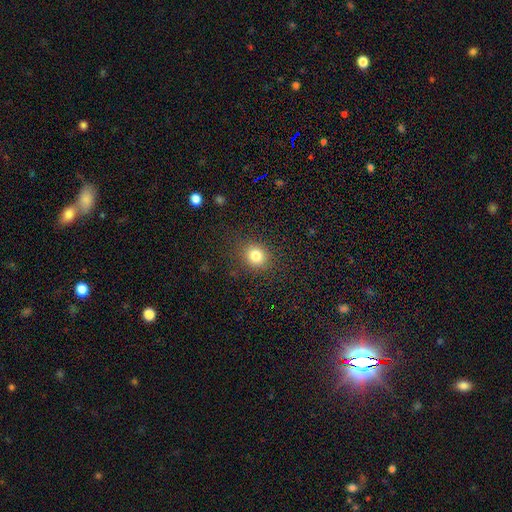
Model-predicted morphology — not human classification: Smooth or featured?
  - smooth: 81% *
  - star or artifact: 13%
  - featured or disk: 6%
How rounded?
  - round: 78% *
  - in between: 21%
  - cigar-shaped: 1%
Merging?
  - none: 86% *
  - minor disturbance: 9%
  - major disturbance: 4%
  - merger: 1%